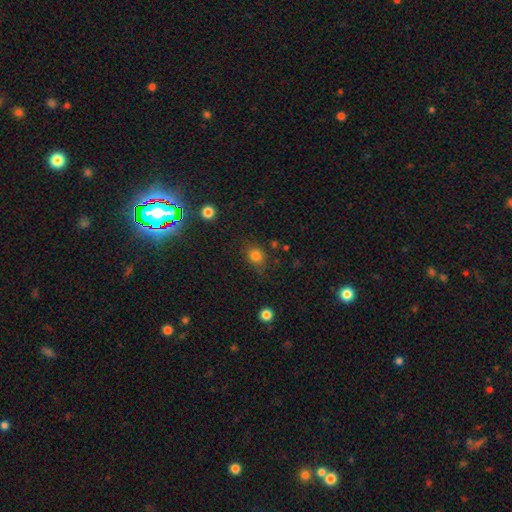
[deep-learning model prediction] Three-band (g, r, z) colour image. It shows a smooth galaxy with no disk features (80%) that is round (63%). Merging: none (76%).